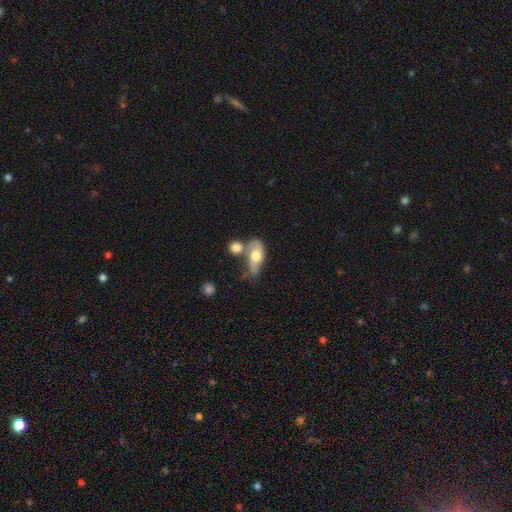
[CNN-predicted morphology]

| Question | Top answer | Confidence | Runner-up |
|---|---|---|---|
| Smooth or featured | smooth | 49% | featured or disk (44%) |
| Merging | merger | 37% | none (31%) |